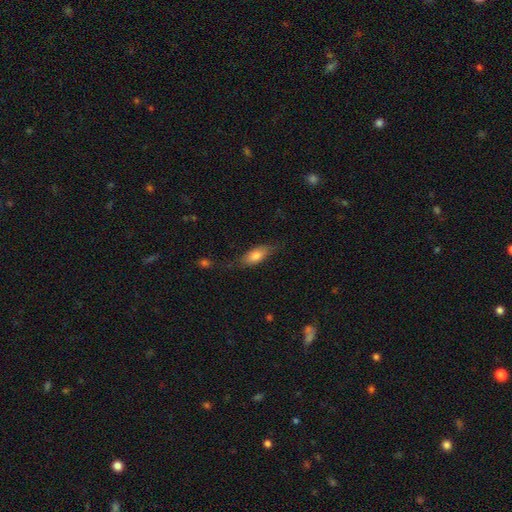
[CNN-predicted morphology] A smooth galaxy with no disk features (73%) that is in between round and cigar-shaped (77%).

Vote fractions:
- Smooth or featured? smooth: 73% / featured or disk: 20% / star or artifact: 7%
- How rounded? in between: 77% / cigar-shaped: 20% / round: 3%
- Merging? none: 63% / minor disturbance: 24% / major disturbance: 10% / merger: 3%